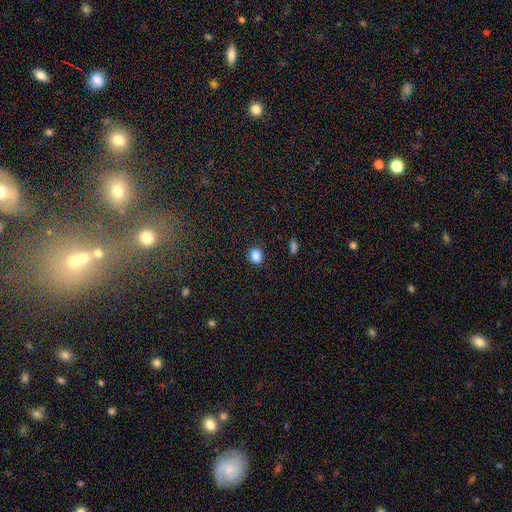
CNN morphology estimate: The model was most divided on "how rounded": round: 72%, in between: 27%, cigar-shaped: 1%. More confident: merging — none (90%); smooth or featured — smooth (86%).